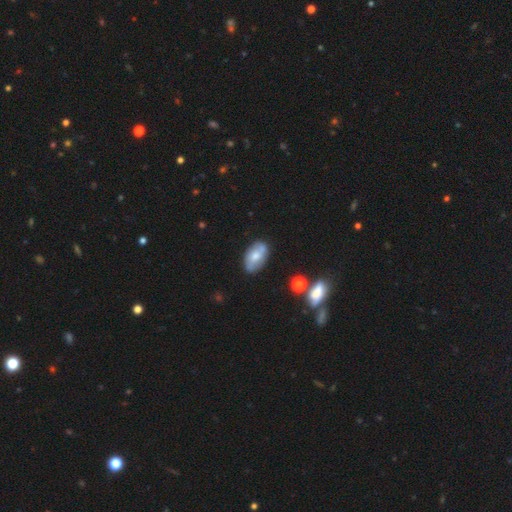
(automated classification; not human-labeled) A smooth galaxy with no disk features (52%) that is in between round and cigar-shaped (91%). Merging: none (69%).